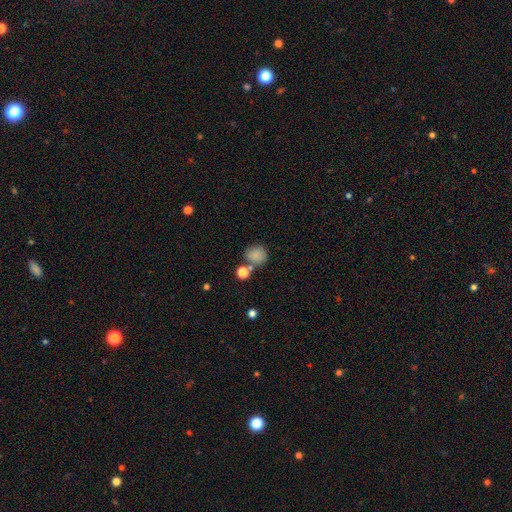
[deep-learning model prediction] Smooth or featured? smooth (81%)
How rounded? round (81%)
Merging? none (60%)